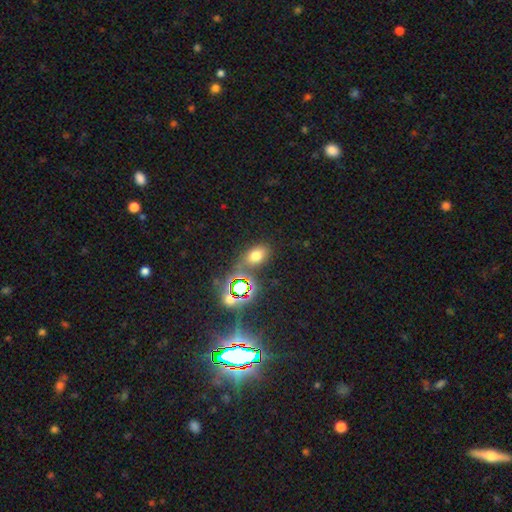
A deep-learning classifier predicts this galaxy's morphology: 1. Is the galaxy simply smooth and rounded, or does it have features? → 63% smooth, 28% star or artifact, 9% featured or disk.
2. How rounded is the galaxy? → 77% in between, 21% round, 2% cigar-shaped.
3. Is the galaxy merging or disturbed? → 73% none, 13% minor disturbance, 9% merger, 5% major disturbance.